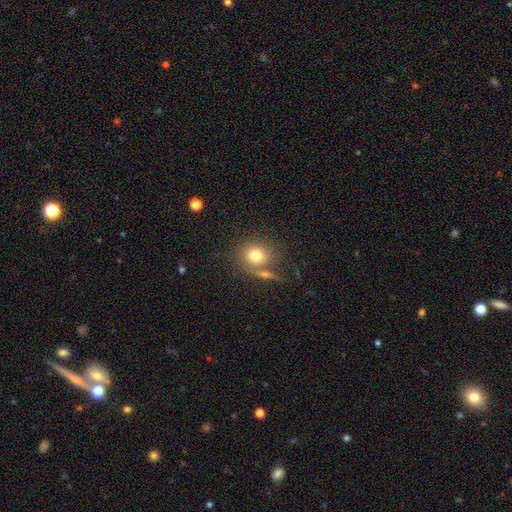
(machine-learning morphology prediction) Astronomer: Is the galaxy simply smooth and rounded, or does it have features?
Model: smooth — 76%.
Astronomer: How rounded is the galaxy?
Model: round — 79%.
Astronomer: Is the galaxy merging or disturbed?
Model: none — 61%.